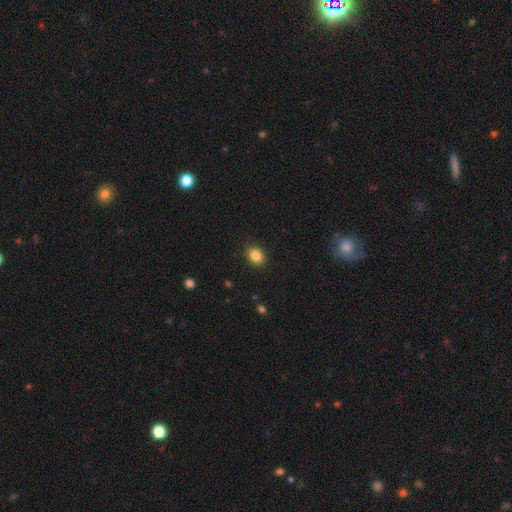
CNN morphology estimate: smooth 85%, star or artifact 10%, featured or disk 5%. Down the decision tree: how rounded — in between (64%); merging — none (89%).